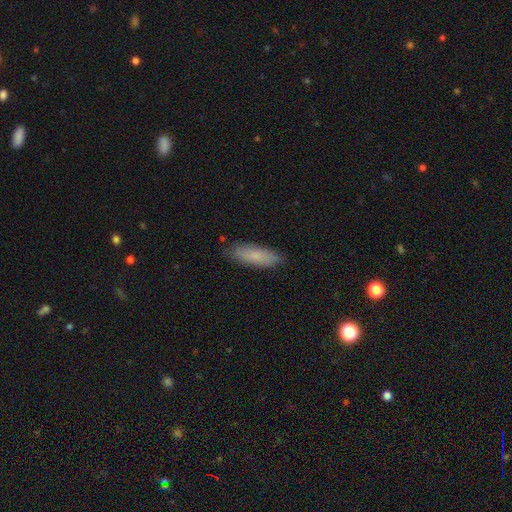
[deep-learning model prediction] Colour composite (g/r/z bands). It shows a smooth galaxy with no disk features (77%) that is cigar-shaped (51%). Merging: none (85%).